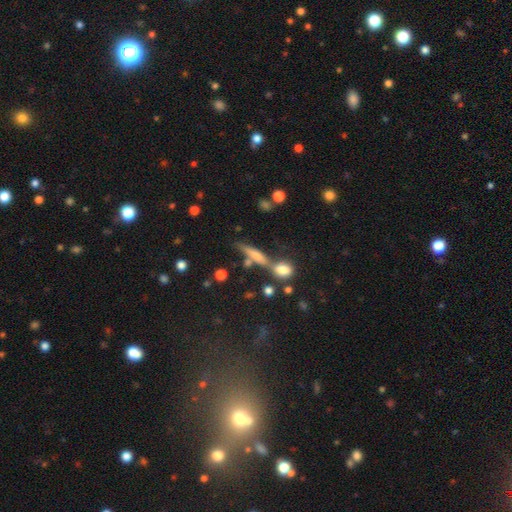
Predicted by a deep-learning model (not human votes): Overall: smooth (50%; featured or disk 39%). How rounded: cigar-shaped (74%). Merging: none (55%; merger 25%).